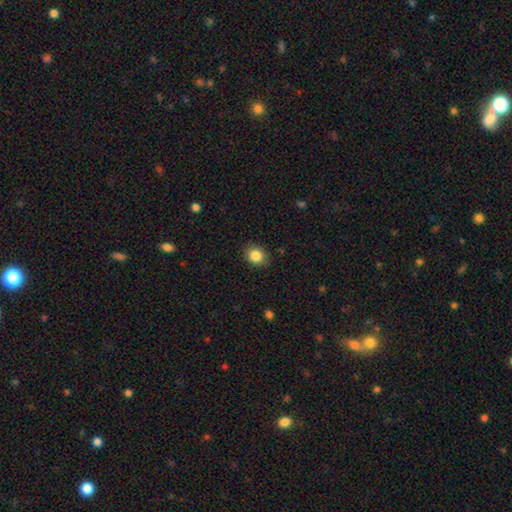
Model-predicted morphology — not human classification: Q: Smooth or featured?
A: smooth (85%); runner-up: star or artifact (10%)
Q: How rounded?
A: round (68%); runner-up: in between (31%)
Q: Merging?
A: none (87%); runner-up: minor disturbance (10%)